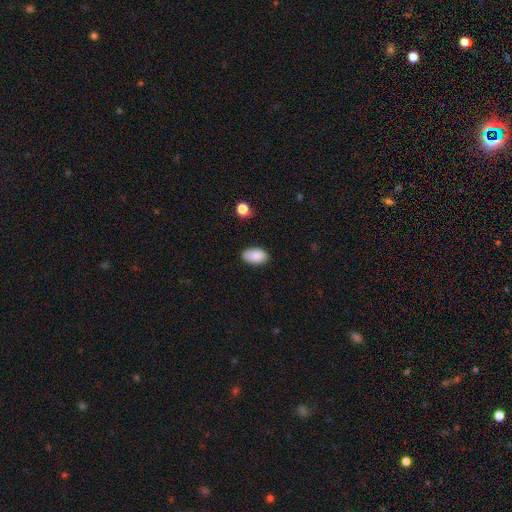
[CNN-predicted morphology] Q: Smooth or featured?
A: smooth (87%); runner-up: star or artifact (7%)
Q: How rounded?
A: in between (93%); runner-up: round (5%)
Q: Merging?
A: none (77%); runner-up: minor disturbance (17%)